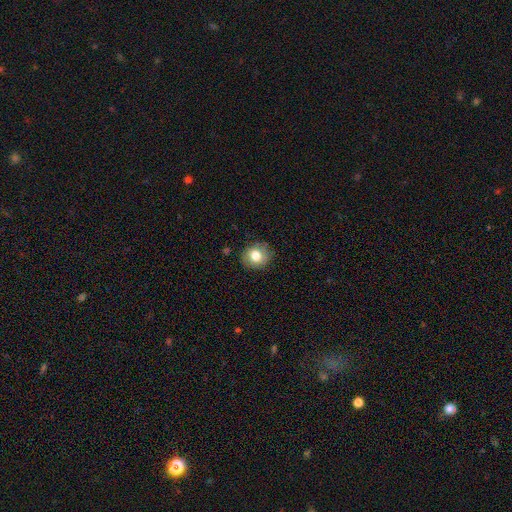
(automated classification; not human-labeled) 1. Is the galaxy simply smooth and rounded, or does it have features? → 78% smooth, 12% featured or disk, 10% star or artifact.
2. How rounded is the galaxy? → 80% round, 20% in between, 1% cigar-shaped.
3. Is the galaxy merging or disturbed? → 84% none, 12% minor disturbance, 3% major disturbance, 1% merger.